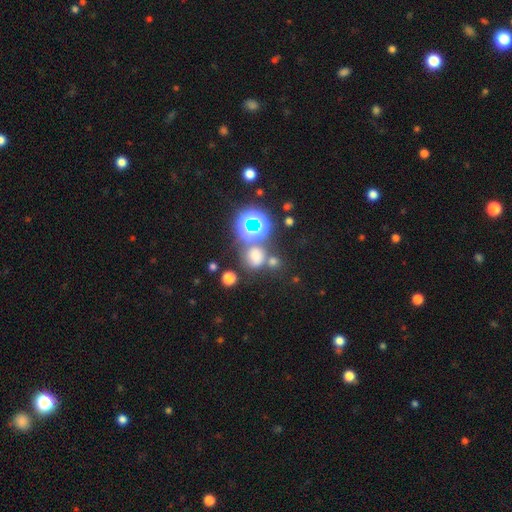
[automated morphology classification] This appears to be a smooth galaxy with no disk features (60%) that is round (77%). Merging: none (60%).